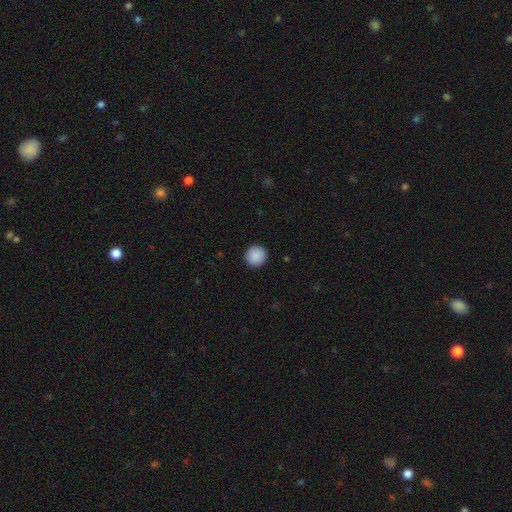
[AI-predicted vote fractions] Smooth or featured?
  - smooth: 90% *
  - star or artifact: 8%
  - featured or disk: 2%
How rounded?
  - round: 96% *
  - in between: 3%
  - cigar-shaped: 1%
Merging?
  - none: 93% *
  - minor disturbance: 4%
  - major disturbance: 2%
  - merger: 1%